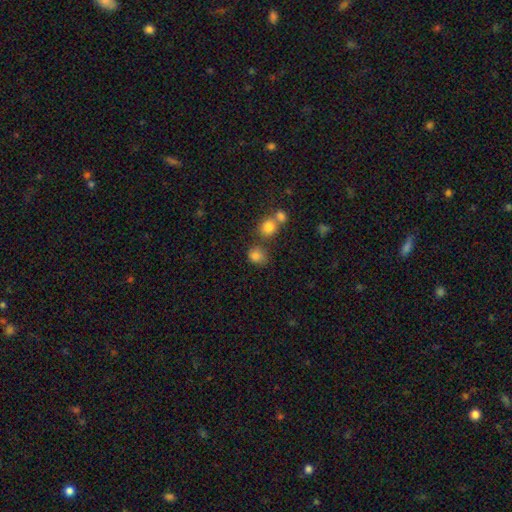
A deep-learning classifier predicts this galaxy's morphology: smooth_or_featured: smooth (p=0.81) [alt: star or artifact p=0.13]
how_rounded: round (p=0.71) [alt: in between p=0.28]
merging: none (p=0.62) [alt: merger p=0.18]